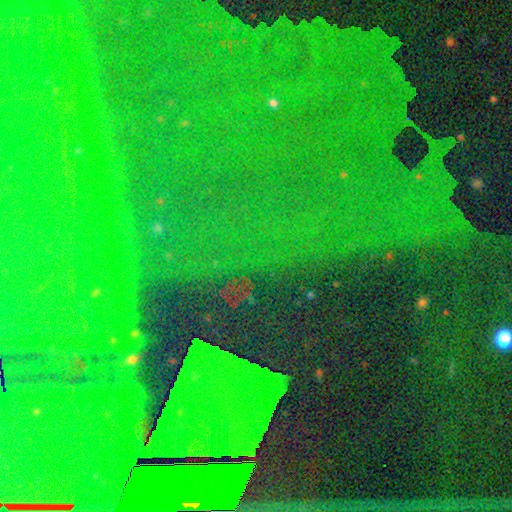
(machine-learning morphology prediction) A star or artifact, not a galaxy (87%).

Vote fractions:
- Smooth or featured? star or artifact: 87% / featured or disk: 7% / smooth: 6%